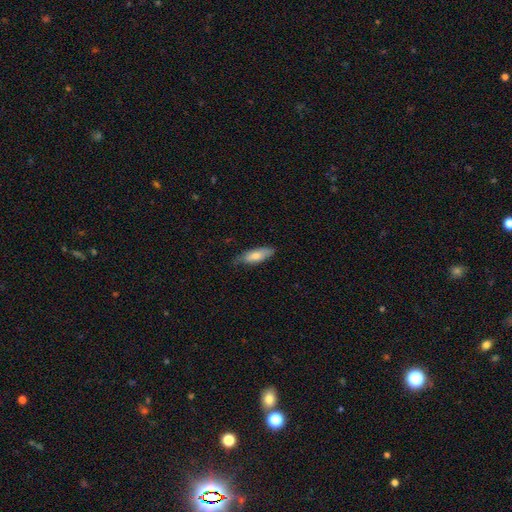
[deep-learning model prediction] Morphology: type=smooth (73%); roundness=in between (62%); merging=none (69%).